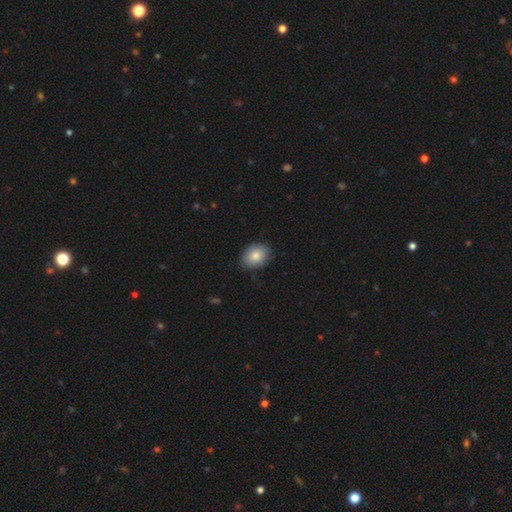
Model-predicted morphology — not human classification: type=smooth (84%); roundness=in between (73%); merging=none (86%).